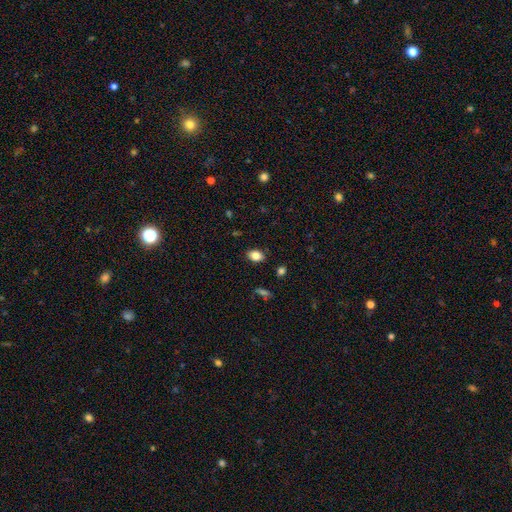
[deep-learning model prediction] The model was most divided on "how rounded": in between: 83%, round: 15%, cigar-shaped: 2%. More confident: merging — none (86%); smooth or featured — smooth (83%).